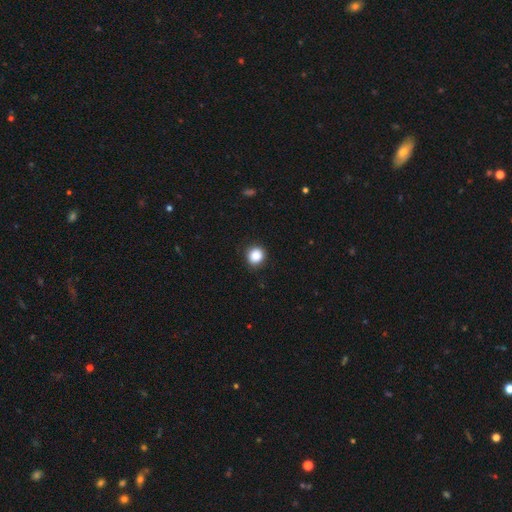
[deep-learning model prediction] smooth_or_featured: smooth (p=0.87) [alt: star or artifact p=0.09]
how_rounded: round (p=0.88) [alt: in between p=0.11]
merging: none (p=0.88) [alt: minor disturbance p=0.09]